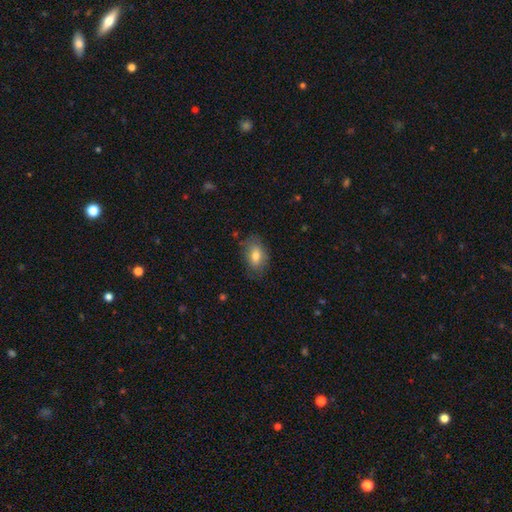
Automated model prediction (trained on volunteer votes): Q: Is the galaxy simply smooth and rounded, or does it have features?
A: smooth — 77%.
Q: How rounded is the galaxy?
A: in between — 87%.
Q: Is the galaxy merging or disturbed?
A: none — 76%.